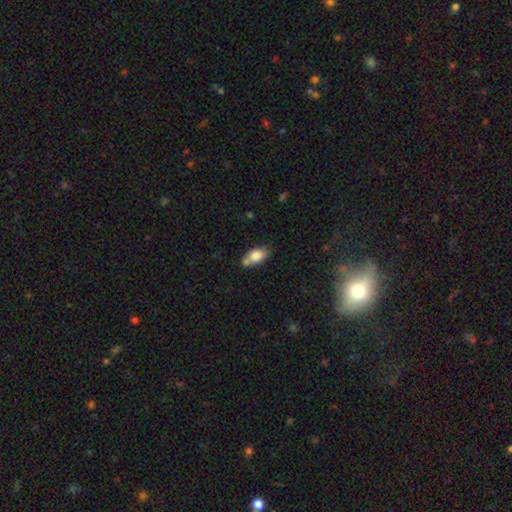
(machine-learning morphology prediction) smooth-or-featured: smooth: 79% | featured or disk: 13% | star or artifact: 8%
  how-rounded: in between: 89% | round: 6% | cigar-shaped: 5%
  merging: none: 56% | minor disturbance: 20% | merger: 19% | major disturbance: 4%